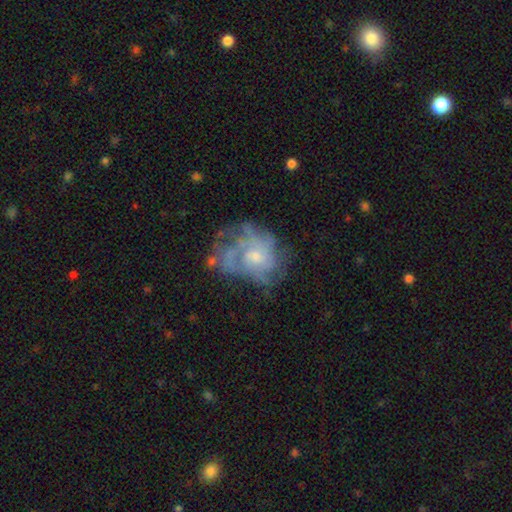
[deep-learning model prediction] Morphology: type=featured or disk (73%); edge-on=no (98%); bar=no (74%); spiral arms=yes (73%); winding=tight (45%); arm count=can't tell (48%); bulge=small (49%); merging=none (44%).